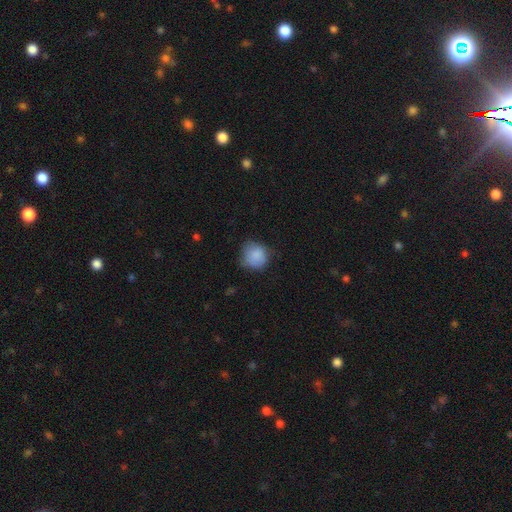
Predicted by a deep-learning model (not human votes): A smooth galaxy with no disk features (84%) that is round (84%).

Vote fractions:
- Smooth or featured? smooth: 84% / star or artifact: 8% / featured or disk: 8%
- How rounded? round: 84% / in between: 15% / cigar-shaped: 1%
- Merging? none: 61% / minor disturbance: 30% / major disturbance: 8% / merger: 2%